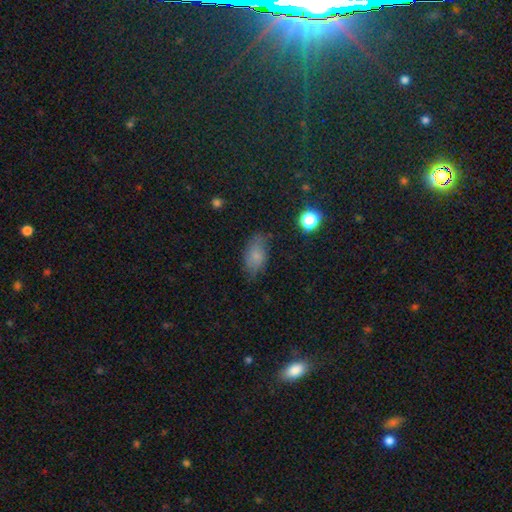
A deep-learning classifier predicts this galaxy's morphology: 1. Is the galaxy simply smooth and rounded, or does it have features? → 75% smooth, 14% featured or disk, 12% star or artifact.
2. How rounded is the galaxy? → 90% in between, 6% round, 3% cigar-shaped.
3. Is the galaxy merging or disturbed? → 68% none, 24% minor disturbance, 7% major disturbance, 2% merger.